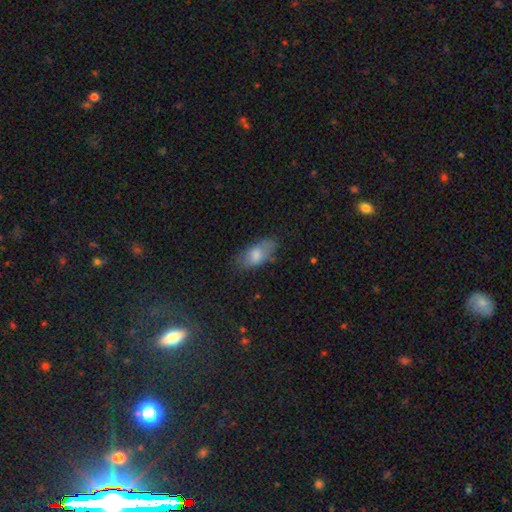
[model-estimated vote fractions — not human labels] Smooth or featured?
  - smooth: 71% *
  - featured or disk: 19%
  - star or artifact: 10%
How rounded?
  - in between: 84% *
  - cigar-shaped: 13%
  - round: 4%
Merging?
  - none: 73% *
  - minor disturbance: 20%
  - major disturbance: 5%
  - merger: 2%